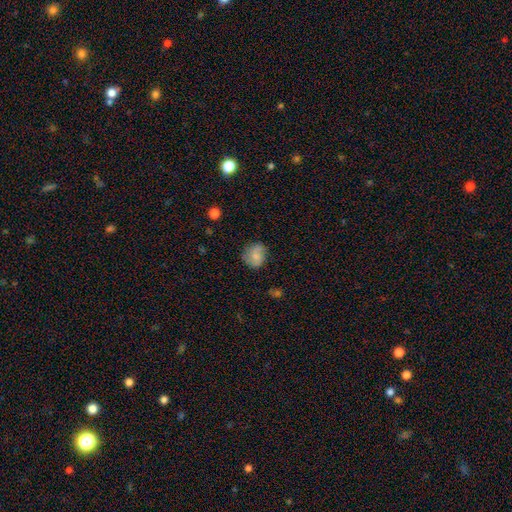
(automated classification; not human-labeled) Smooth or featured: smooth — 65% (featured or disk — 26%)
How rounded: round — 79% (in between — 20%)
Merging: none — 72% (minor disturbance — 20%)